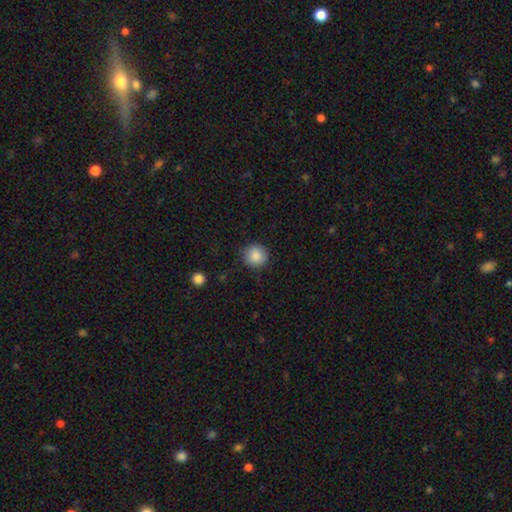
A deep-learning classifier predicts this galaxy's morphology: Q: Smooth or featured?
A: smooth (87%); runner-up: star or artifact (9%)
Q: How rounded?
A: round (92%); runner-up: in between (7%)
Q: Merging?
A: none (86%); runner-up: minor disturbance (10%)